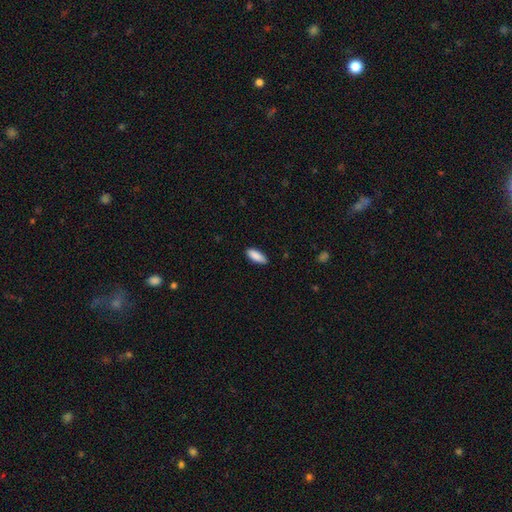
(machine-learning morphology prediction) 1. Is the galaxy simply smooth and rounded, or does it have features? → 88% smooth, 6% star or artifact, 6% featured or disk.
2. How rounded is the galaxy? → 73% in between, 26% cigar-shaped, 2% round.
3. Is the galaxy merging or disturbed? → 84% none, 13% minor disturbance, 2% major disturbance, 1% merger.